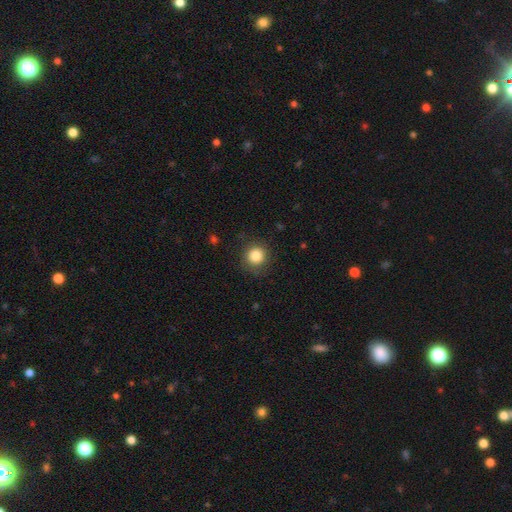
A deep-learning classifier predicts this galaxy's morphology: This is clearly a smooth galaxy (84%). How rounded: clearly round (92%). Merging: clearly none (85%).